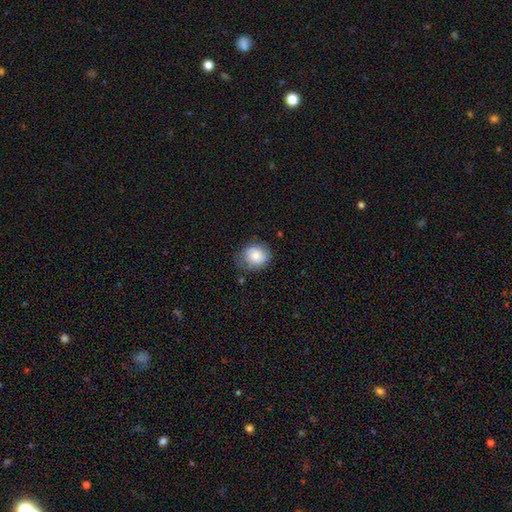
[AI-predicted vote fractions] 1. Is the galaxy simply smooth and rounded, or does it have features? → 78% smooth, 14% featured or disk, 8% star or artifact.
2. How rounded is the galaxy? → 73% round, 26% in between, 1% cigar-shaped.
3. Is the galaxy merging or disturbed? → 68% none, 24% minor disturbance, 7% major disturbance, 2% merger.